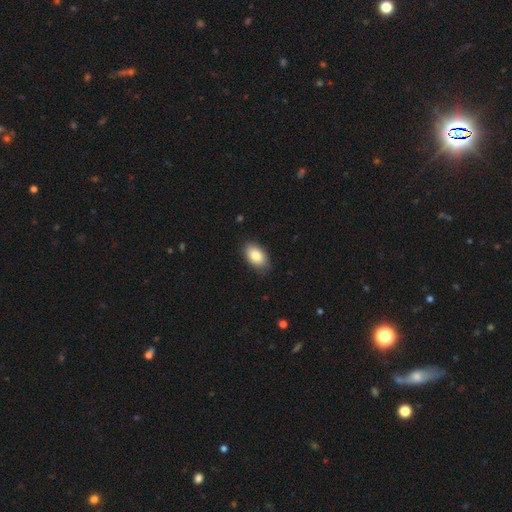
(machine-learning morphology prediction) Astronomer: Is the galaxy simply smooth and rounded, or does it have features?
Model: smooth — 86%.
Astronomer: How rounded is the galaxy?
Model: in between — 93%.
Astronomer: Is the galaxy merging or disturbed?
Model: none — 84%.